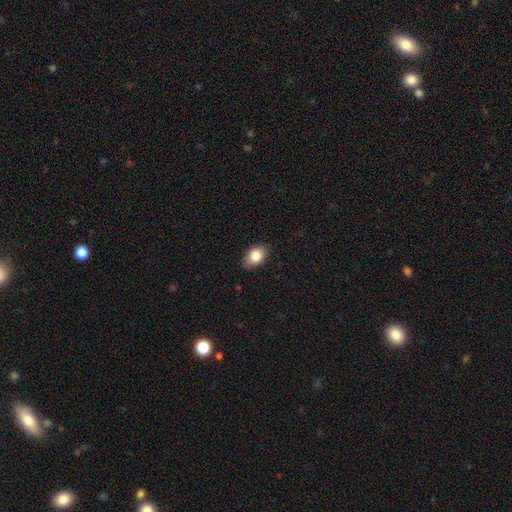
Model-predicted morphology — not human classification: smooth-or-featured: smooth: 82% | featured or disk: 10% | star or artifact: 8%
  how-rounded: in between: 86% | round: 12% | cigar-shaped: 1%
  merging: none: 83% | minor disturbance: 14% | major disturbance: 2% | merger: 1%